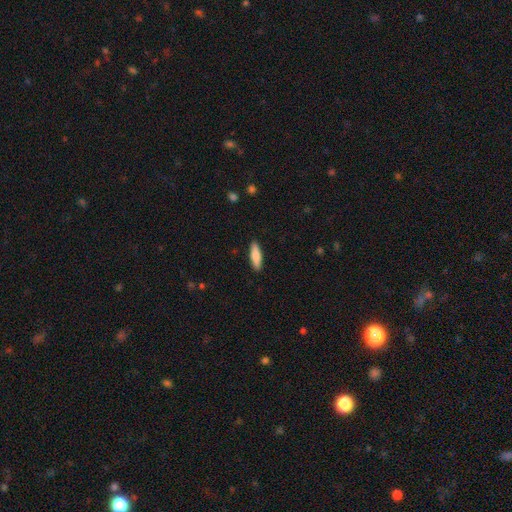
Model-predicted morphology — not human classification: Smooth or featured? smooth (80%)
How rounded? cigar-shaped (62%)
Merging? none (90%)